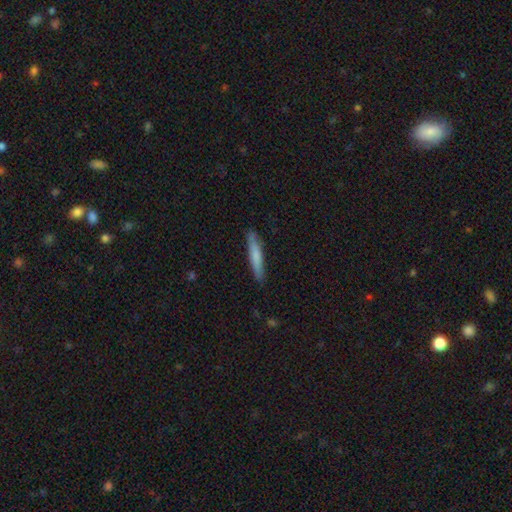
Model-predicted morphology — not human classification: smooth 71%, featured or disk 24%, star or artifact 5%. Down the decision tree: how rounded — cigar-shaped (94%); merging — none (87%).